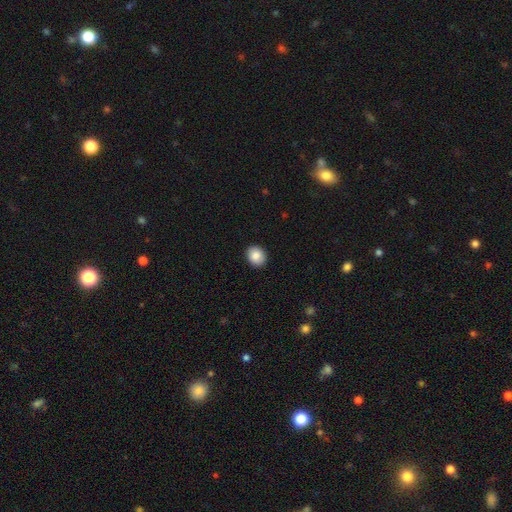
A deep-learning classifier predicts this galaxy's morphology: smooth_or_featured: smooth (p=0.85) [alt: star or artifact p=0.08]
how_rounded: round (p=0.67) [alt: in between p=0.32]
merging: none (p=0.92) [alt: minor disturbance p=0.06]